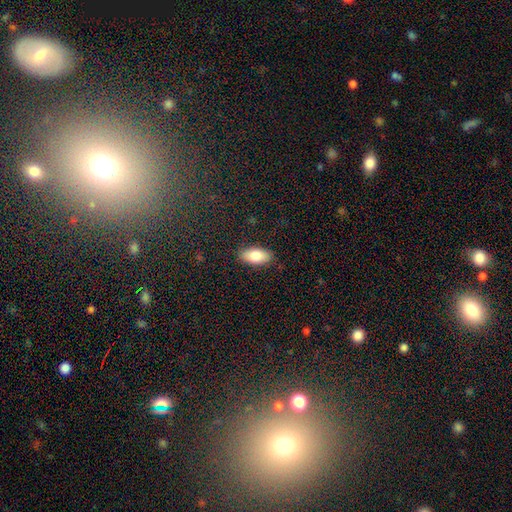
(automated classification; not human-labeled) smooth 84%, featured or disk 10%, star or artifact 6%. Down the decision tree: how rounded — in between (92%); merging — none (87%).